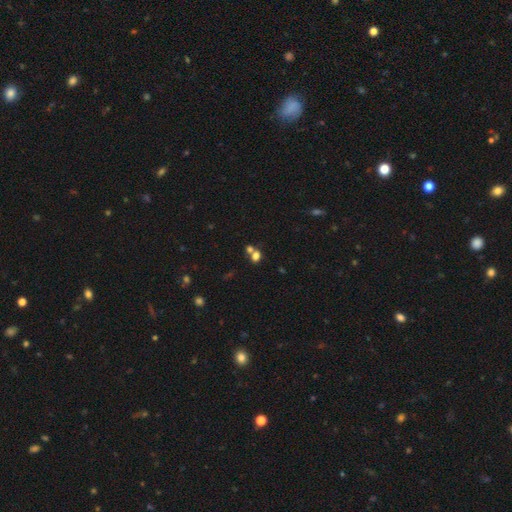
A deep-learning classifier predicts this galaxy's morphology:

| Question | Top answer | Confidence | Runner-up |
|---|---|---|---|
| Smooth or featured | smooth | 71% | star or artifact (18%) |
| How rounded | round | 50% | in between (48%) |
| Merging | none | 45% | merger (42%) |